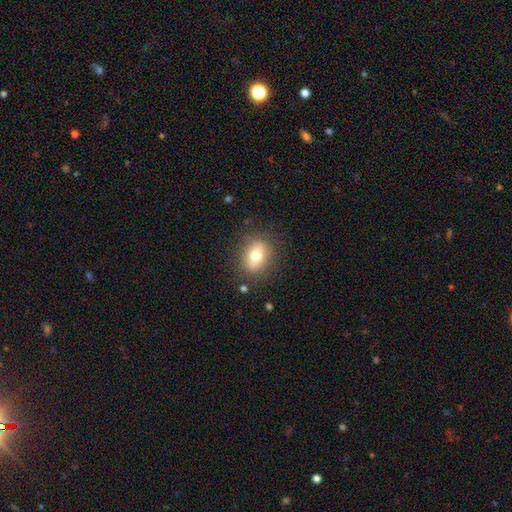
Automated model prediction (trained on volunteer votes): smooth_or_featured: smooth (p=0.72) [alt: featured or disk p=0.18]
how_rounded: in between (p=0.57) [alt: round p=0.41]
merging: none (p=0.83) [alt: minor disturbance p=0.11]